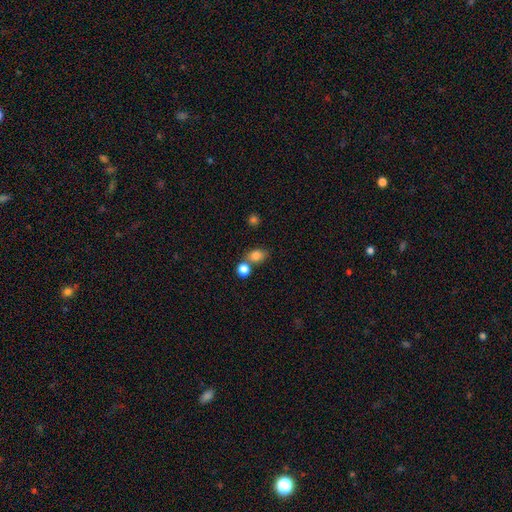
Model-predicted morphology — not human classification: type=smooth (81%); roundness=in between (62%); merging=none (58%).